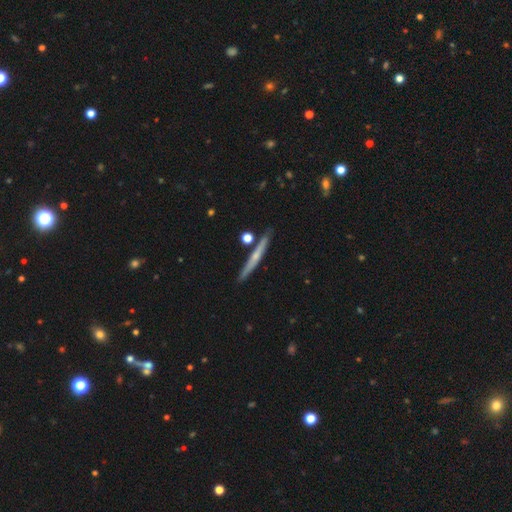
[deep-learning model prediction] A featured or disk galaxy (56%) viewed edge-on (97%) with a rounded central bulge (48%).

Vote fractions:
- Smooth or featured? featured or disk: 56% / smooth: 38% / star or artifact: 6%
- Edge-on disk? yes: 97% / no: 3%
- Edge-on bulge? rounded: 48% / none: 47% / boxy: 5%
- Merging? none: 87% / minor disturbance: 8% / merger: 4% / major disturbance: 2%